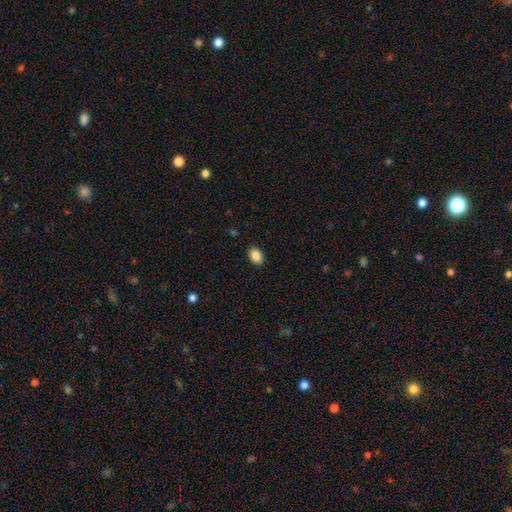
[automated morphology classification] Overall: smooth (87%). How rounded: in between (78%). Merging: none (90%).